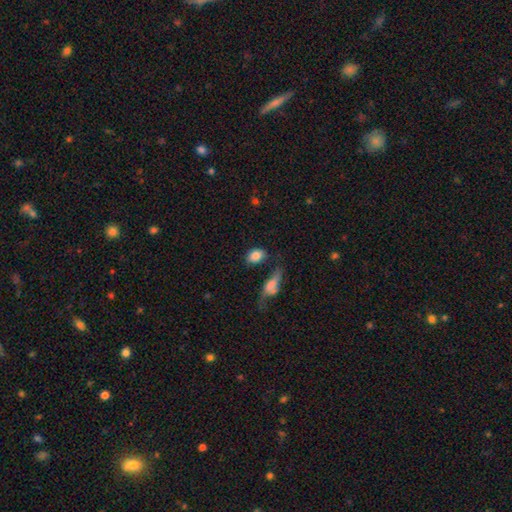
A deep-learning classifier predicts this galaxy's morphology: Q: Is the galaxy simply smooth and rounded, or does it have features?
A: smooth — 84%.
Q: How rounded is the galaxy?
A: in between — 79%.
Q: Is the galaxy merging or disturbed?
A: none — 59%.